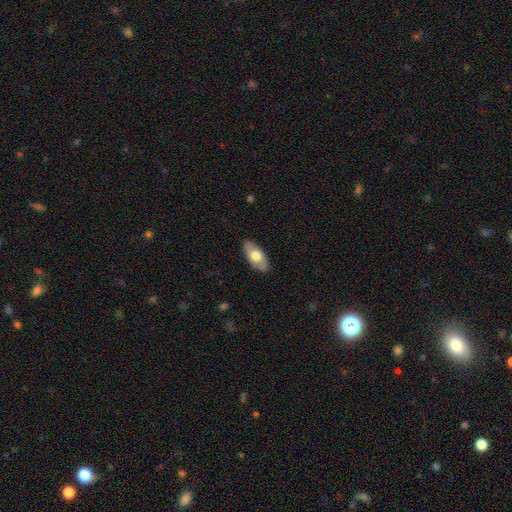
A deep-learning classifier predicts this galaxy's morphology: smooth-or-featured: smooth: 63% | featured or disk: 32% | star or artifact: 5%
  how-rounded: in between: 90% | cigar-shaped: 8% | round: 3%
  merging: none: 86% | minor disturbance: 11% | major disturbance: 2% | merger: 1%